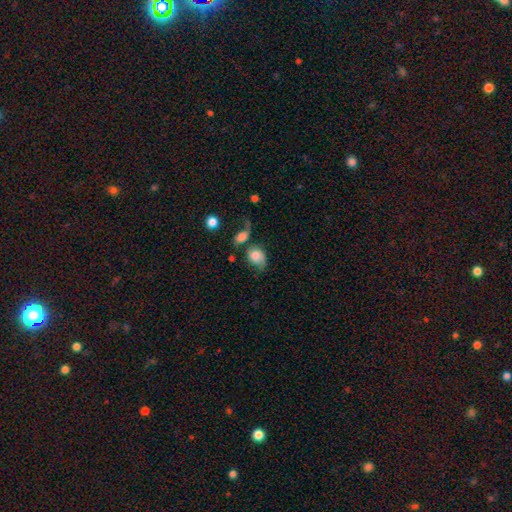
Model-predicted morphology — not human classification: Smooth or featured? Predicted: smooth (p=0.79). How rounded? Predicted: in between (p=0.52). Merging? Predicted: none (p=0.34).